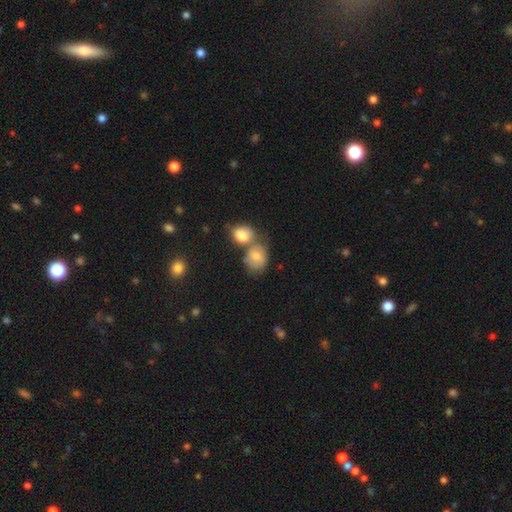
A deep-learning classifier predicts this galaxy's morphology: Overall: smooth (64%). How rounded: round (54%; in between 45%). Merging: none (44%; merger 38%).